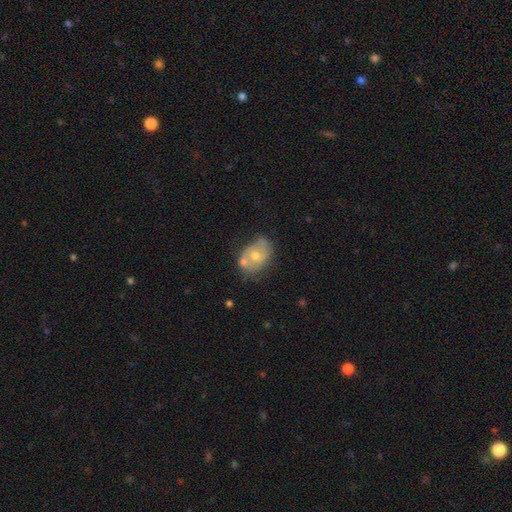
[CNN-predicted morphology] Smooth or featured? Predicted: smooth (p=0.47). Merging? Predicted: none (p=0.41).